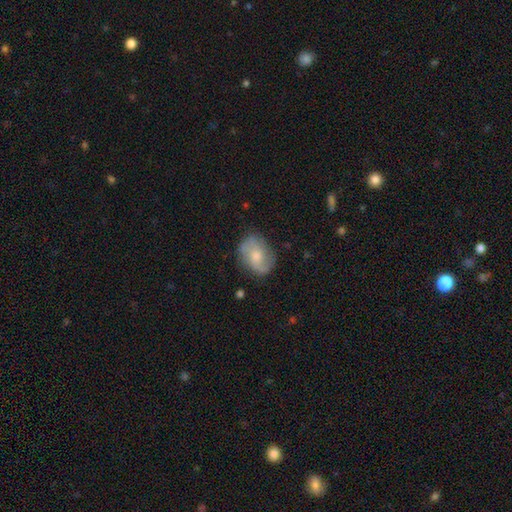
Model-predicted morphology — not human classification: Smooth or featured: featured or disk — 57% (smooth — 35%)
Edge-on disk: no — 97% (yes — 3%)
Bar: no — 65% (weak — 30%)
Spiral arms: yes — 86% (no — 14%)
Bulge size: moderate — 50% (small — 40%)
Merging: none — 72% (minor disturbance — 20%)